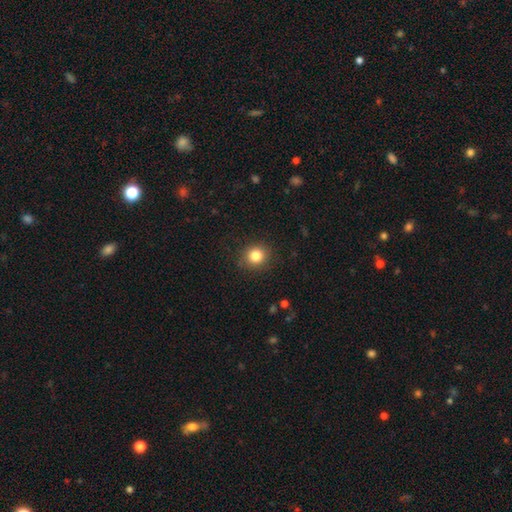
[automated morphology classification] type=smooth (83%); roundness=round (85%); merging=none (89%).